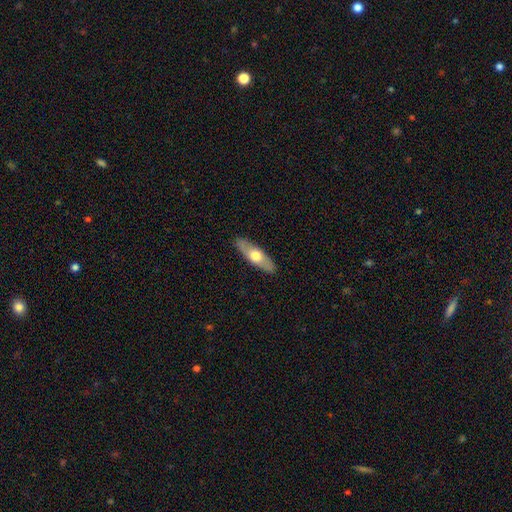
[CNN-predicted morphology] smooth 54%, featured or disk 41%, star or artifact 5%. Down the decision tree: how rounded — in between (52%); merging — none (89%).